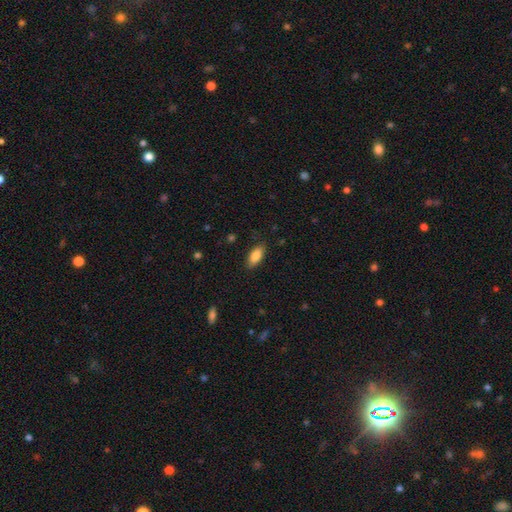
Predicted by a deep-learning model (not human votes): Smooth or featured? Predicted: smooth (p=0.86). How rounded? Predicted: in between (p=0.81). Merging? Predicted: none (p=0.85).